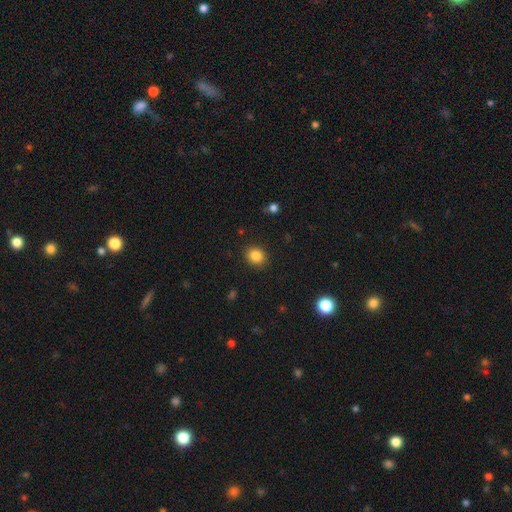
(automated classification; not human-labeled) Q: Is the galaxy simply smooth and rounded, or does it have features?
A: smooth — 85%.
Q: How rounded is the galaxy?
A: round — 68%.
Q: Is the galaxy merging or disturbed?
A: none — 89%.